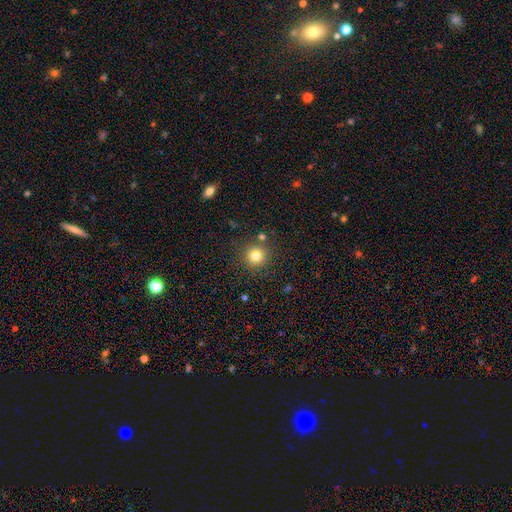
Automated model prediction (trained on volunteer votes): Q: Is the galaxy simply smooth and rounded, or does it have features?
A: smooth — 80%.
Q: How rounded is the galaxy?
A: round — 94%.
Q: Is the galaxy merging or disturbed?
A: none — 85%.